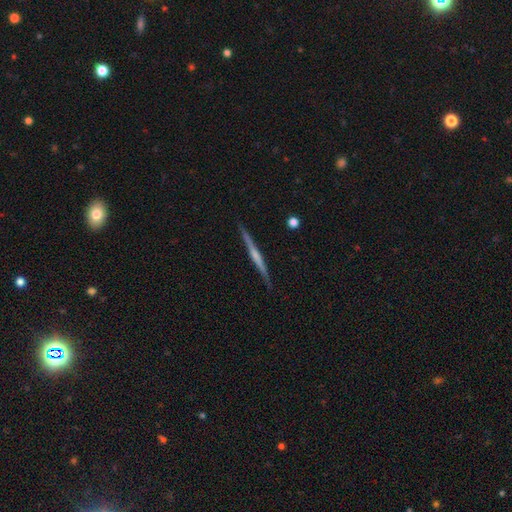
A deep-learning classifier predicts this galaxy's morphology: A featured or disk galaxy (70%) viewed edge-on (98%) with no central bulge (49%). Merging: none (90%).